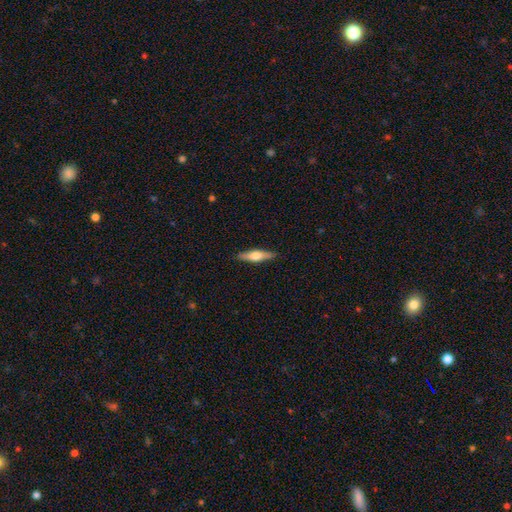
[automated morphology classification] The model was most divided on "smooth or featured": featured or disk: 48%, smooth: 46%, star or artifact: 6%. More confident: merging — none (89%).